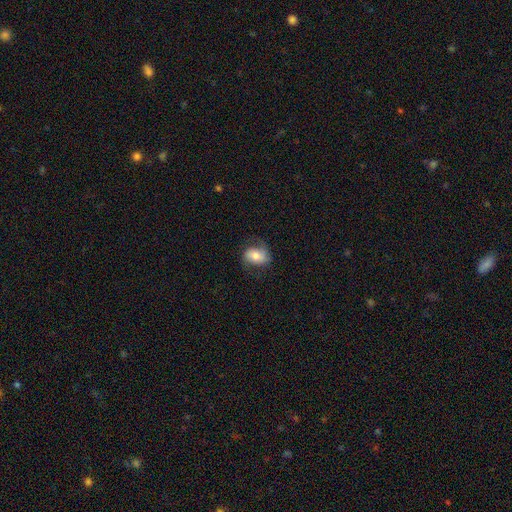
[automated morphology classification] Q: Smooth or featured?
A: smooth (55%); runner-up: featured or disk (36%)
Q: How rounded?
A: in between (72%); runner-up: round (27%)
Q: Merging?
A: none (67%); runner-up: minor disturbance (22%)